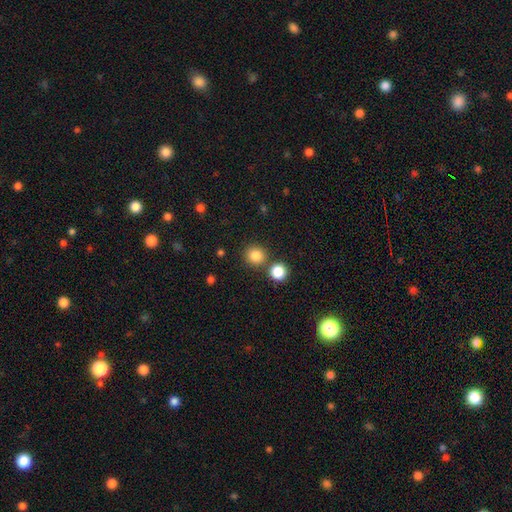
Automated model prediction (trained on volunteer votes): Smooth or featured?
  - smooth: 84% *
  - star or artifact: 12%
  - featured or disk: 4%
How rounded?
  - round: 92% *
  - in between: 7%
  - cigar-shaped: 1%
Merging?
  - none: 80% *
  - merger: 11%
  - minor disturbance: 7%
  - major disturbance: 2%